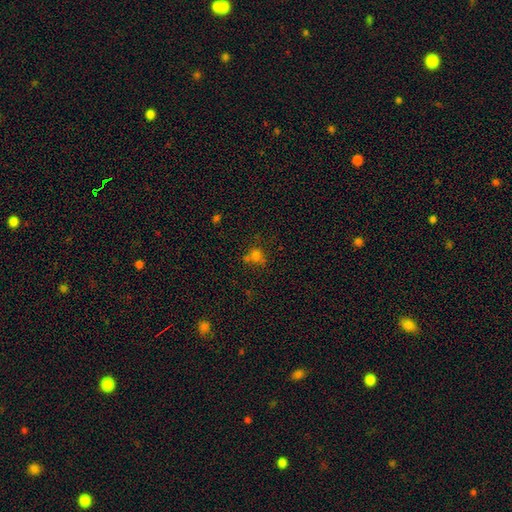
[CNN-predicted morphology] type=smooth (72%); roundness=round (80%); merging=none (55%).